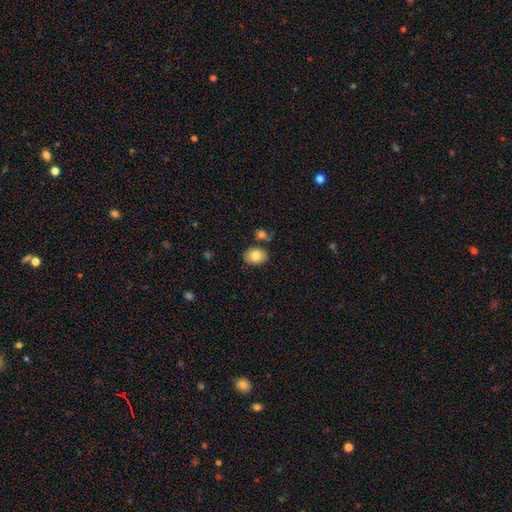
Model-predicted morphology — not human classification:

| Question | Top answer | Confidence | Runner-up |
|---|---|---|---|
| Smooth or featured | smooth | 79% | featured or disk (13%) |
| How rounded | in between | 63% | round (37%) |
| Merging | none | 79% | minor disturbance (11%) |